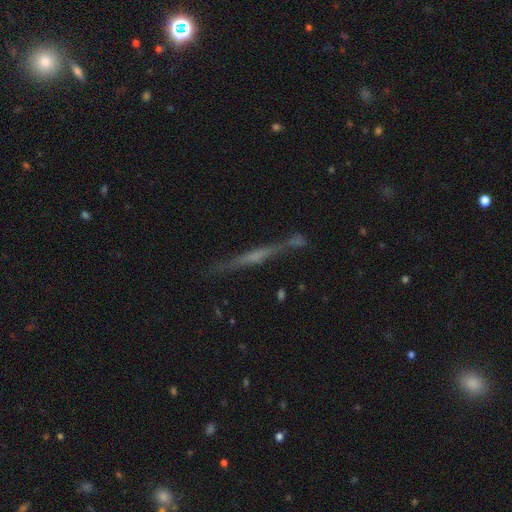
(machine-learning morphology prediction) A featured or disk galaxy (66%) viewed edge-on (96%) with no central bulge (53%).

Vote fractions:
- Smooth or featured? featured or disk: 66% / smooth: 24% / star or artifact: 10%
- Edge-on disk? yes: 96% / no: 4%
- Edge-on bulge? none: 53% / rounded: 31% / boxy: 16%
- Merging? none: 77% / minor disturbance: 12% / merger: 7% / major disturbance: 4%